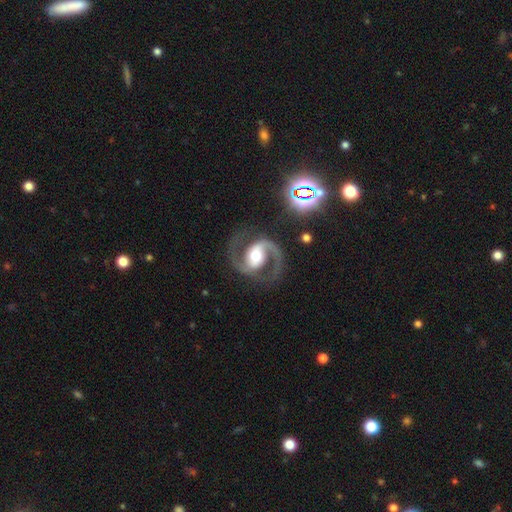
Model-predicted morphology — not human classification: The model was most divided on "bar": weak: 37%, strong: 33%, no: 29%. More confident: edge-on disk — no (98%); spiral arms — yes (98%); spiral arm count — 2 (94%); smooth or featured — featured or disk (92%); merging — none (80%); spiral winding — medium (65%); bulge size — moderate (64%).